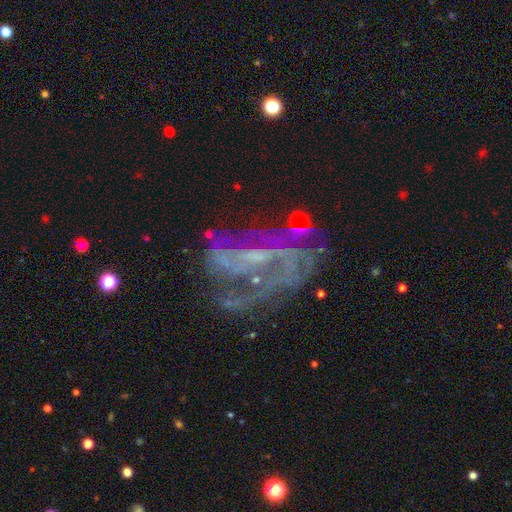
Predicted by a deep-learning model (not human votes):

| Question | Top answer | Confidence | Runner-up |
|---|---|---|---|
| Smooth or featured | featured or disk | 77% | star or artifact (15%) |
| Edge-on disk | no | 95% | yes (5%) |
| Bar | weak | 38% | strong (31%) |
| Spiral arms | yes | 77% | no (23%) |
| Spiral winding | medium | 40% | loose (30%) |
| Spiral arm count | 2 | 37% | can't tell (31%) |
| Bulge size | small | 49% | none (36%) |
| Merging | none | 41% | major disturbance (32%) |